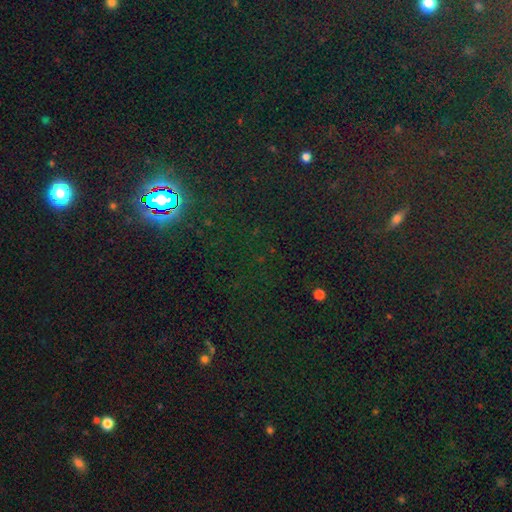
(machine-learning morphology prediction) Smooth or featured? Predicted: star or artifact (p=0.81).